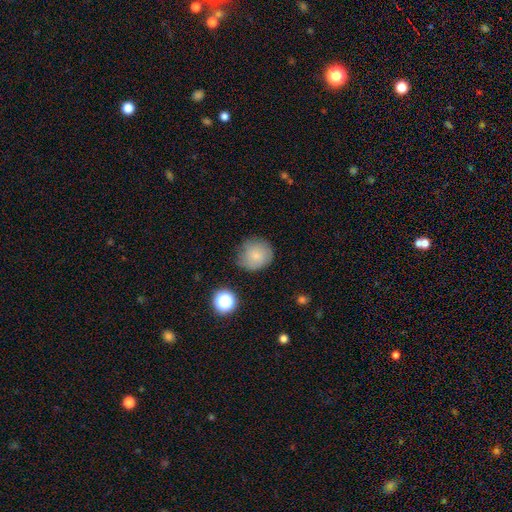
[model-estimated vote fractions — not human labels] smooth_or_featured: smooth (p=0.77) [alt: featured or disk p=0.13]
how_rounded: round (p=0.86) [alt: in between p=0.13]
merging: none (p=0.65) [alt: minor disturbance p=0.25]